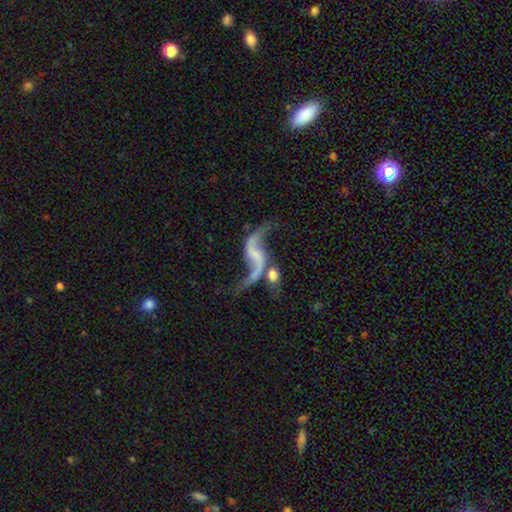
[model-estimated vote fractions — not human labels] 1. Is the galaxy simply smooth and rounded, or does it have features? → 87% featured or disk, 7% star or artifact, 6% smooth.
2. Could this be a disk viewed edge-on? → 96% no, 4% yes.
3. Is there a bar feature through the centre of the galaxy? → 41% weak, 40% no, 20% strong.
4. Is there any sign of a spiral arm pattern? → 94% yes, 6% no.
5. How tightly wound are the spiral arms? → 93% loose, 6% medium, 2% tight.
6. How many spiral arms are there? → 92% 2, 4% 1, 2% can't tell, 1% 3, 1% 4, 1% more than 4.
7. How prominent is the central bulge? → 48% none, 34% small, 14% moderate, 3% large, 1% dominant.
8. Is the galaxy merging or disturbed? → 49% none, 21% merger, 15% major disturbance, 14% minor disturbance.